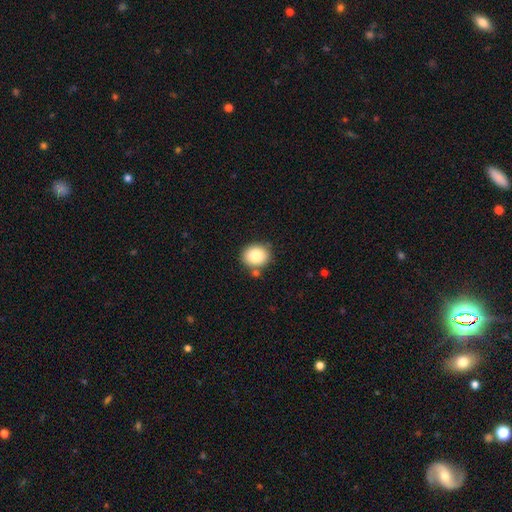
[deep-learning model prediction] Smooth or featured? smooth (82%)
How rounded? round (68%)
Merging? none (79%)